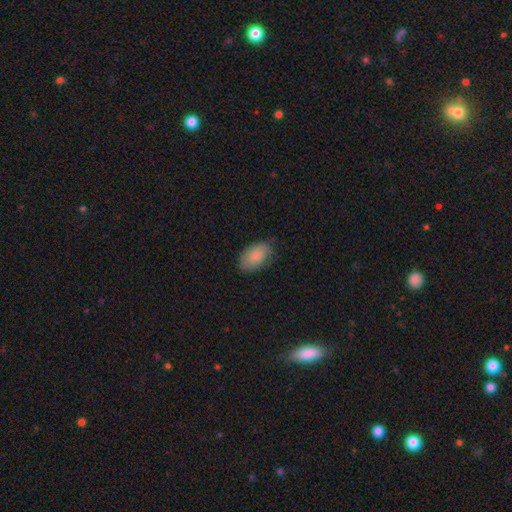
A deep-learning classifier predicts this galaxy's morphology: The model was most divided on "merging": none: 74%, minor disturbance: 21%, major disturbance: 4%, merger: 1%. More confident: how rounded — in between (92%); smooth or featured — smooth (82%).